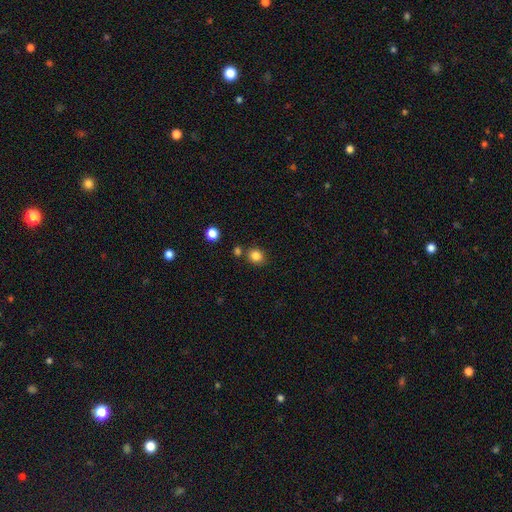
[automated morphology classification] type=smooth (84%); roundness=round (76%); merging=none (77%).